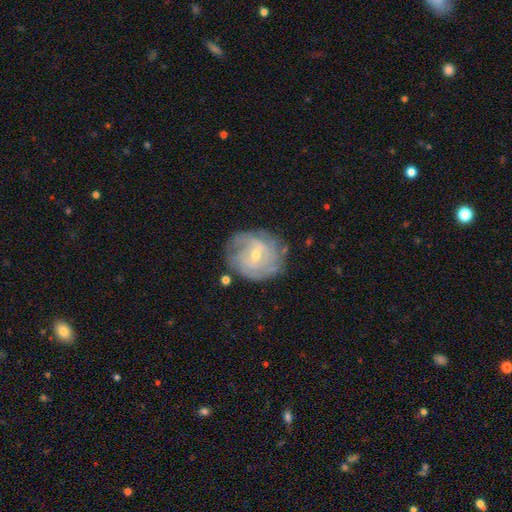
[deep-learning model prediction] Smooth or featured: featured or disk — 76% (smooth — 16%)
Edge-on disk: no — 97% (yes — 3%)
Bar: weak — 52% (no — 37%)
Spiral arms: yes — 87% (no — 13%)
Spiral winding: tight — 61% (medium — 30%)
Spiral arm count: can't tell — 45% (2 — 22%)
Bulge size: small — 62% (moderate — 35%)
Merging: none — 73% (minor disturbance — 18%)